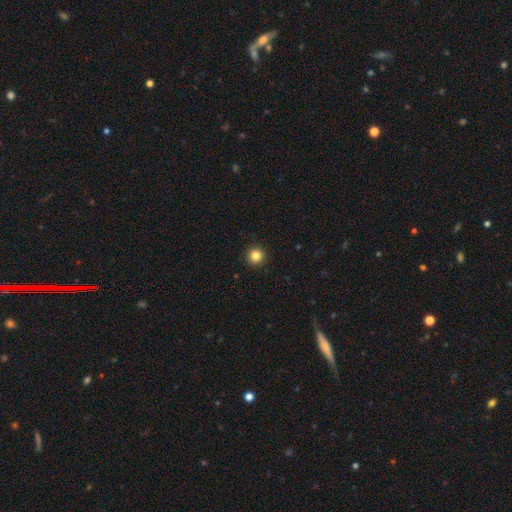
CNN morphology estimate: A smooth galaxy with no disk features (84%) that is round (96%). Merging: none (93%).